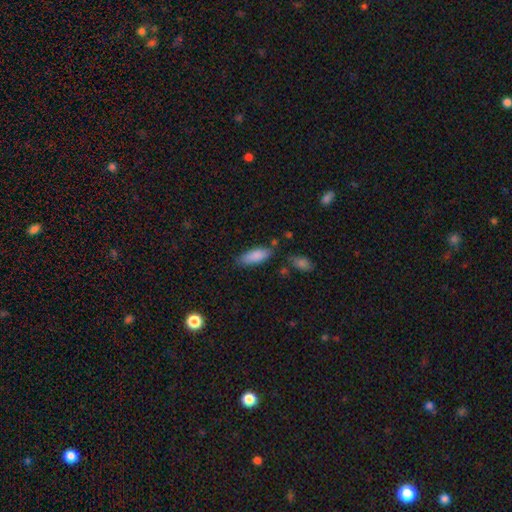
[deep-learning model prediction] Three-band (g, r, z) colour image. It shows a smooth galaxy with no disk features (86%) that is in between round and cigar-shaped (71%). Merging: none (73%).